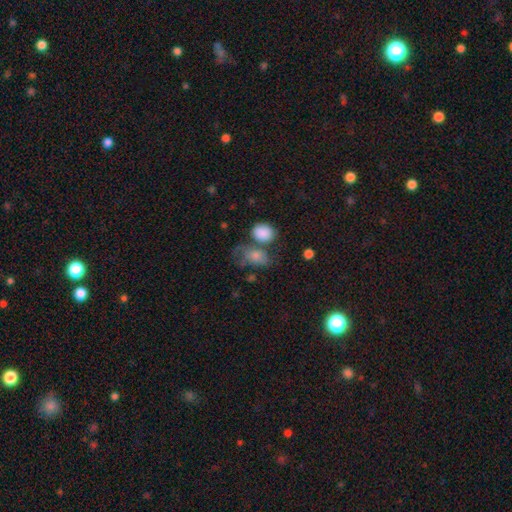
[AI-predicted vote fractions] A smooth galaxy with no disk features (76%) that is in between round and cigar-shaped (72%). Merging: none (30%).